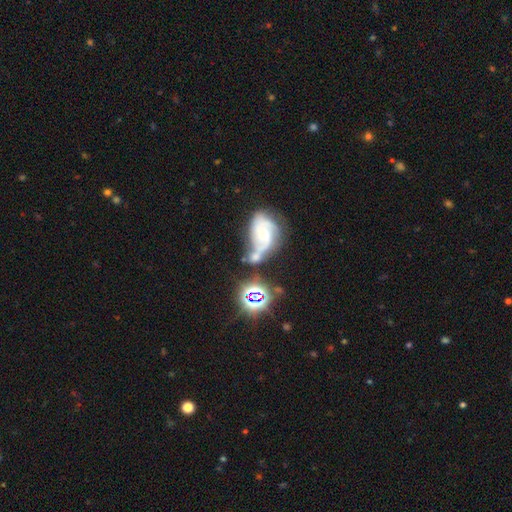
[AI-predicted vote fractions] Morphology: type=featured or disk (68%); edge-on=no (97%); bar=no (62%); spiral arms=yes (90%); winding=medium (48%); arm count=2 (63%); bulge=moderate (65%); merging=merger (47%).